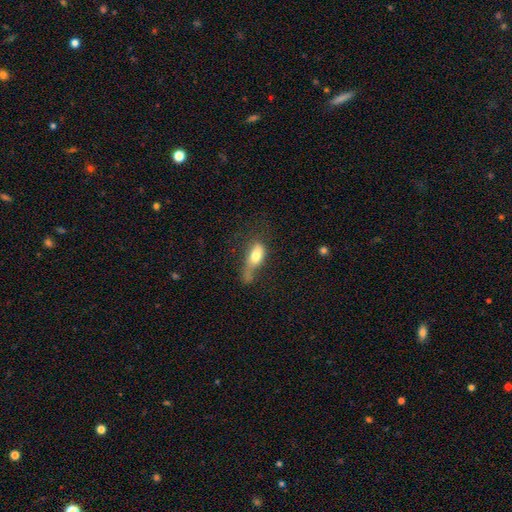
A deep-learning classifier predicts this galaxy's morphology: Smooth or featured?
  - smooth: 70% *
  - featured or disk: 22%
  - star or artifact: 8%
How rounded?
  - in between: 76% *
  - cigar-shaped: 18%
  - round: 6%
Merging?
  - major disturbance: 37% *
  - minor disturbance: 25%
  - none: 25%
  - merger: 12%